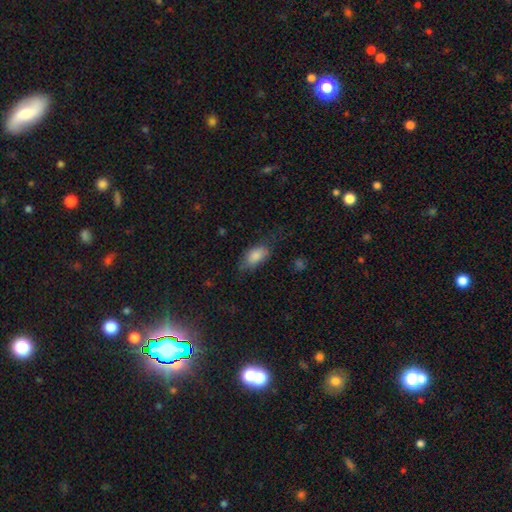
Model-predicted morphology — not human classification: Smooth or featured? smooth (83%)
How rounded? in between (90%)
Merging? none (54%)